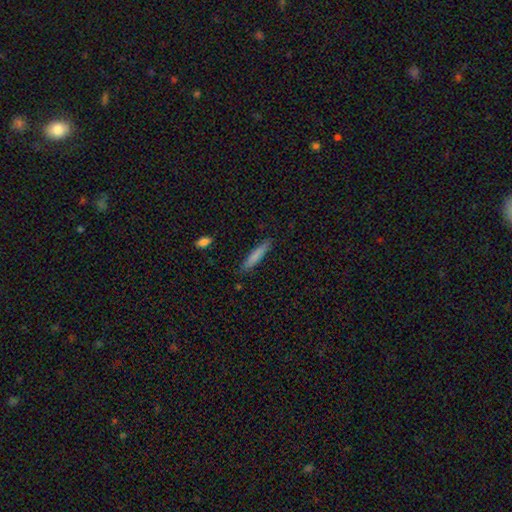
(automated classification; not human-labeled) Morphology: type=smooth (80%); roundness=cigar-shaped (91%); merging=none (86%).